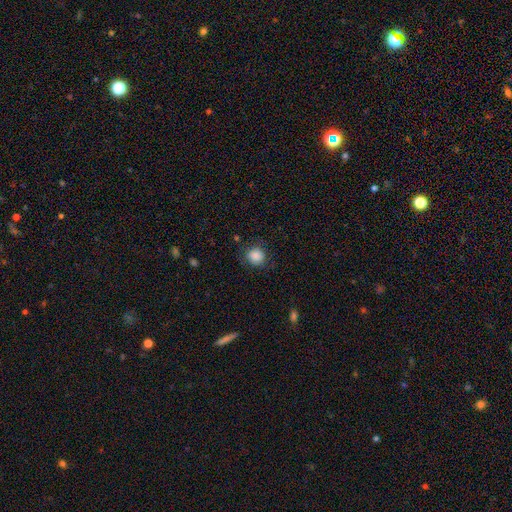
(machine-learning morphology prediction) Q: Smooth or featured?
A: smooth (86%); runner-up: star or artifact (9%)
Q: How rounded?
A: round (86%); runner-up: in between (13%)
Q: Merging?
A: none (80%); runner-up: minor disturbance (14%)